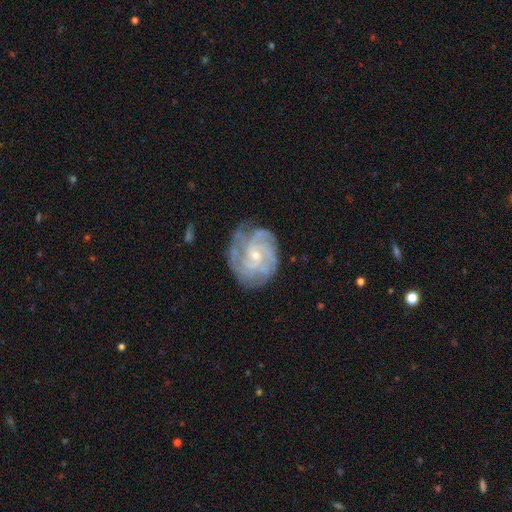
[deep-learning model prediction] smooth-or-featured: featured or disk: 86% | smooth: 8% | star or artifact: 6%
  disk-edge-on: no: 98% | yes: 2%
    bar: no: 67% | weak: 27% | strong: 5%
    has-spiral-arms: yes: 96% | no: 4%
      spiral-winding: tight: 61% | medium: 32% | loose: 7%
      spiral-arm-count: can't tell: 26% | 4: 24% | 3: 24% | 2: 13% | more than 4: 7% | 1: 6%
    bulge-size: small: 71% | moderate: 25% | none: 1% | large: 1% | dominant: 1%
  merging: none: 71% | minor disturbance: 20% | major disturbance: 8% | merger: 1%